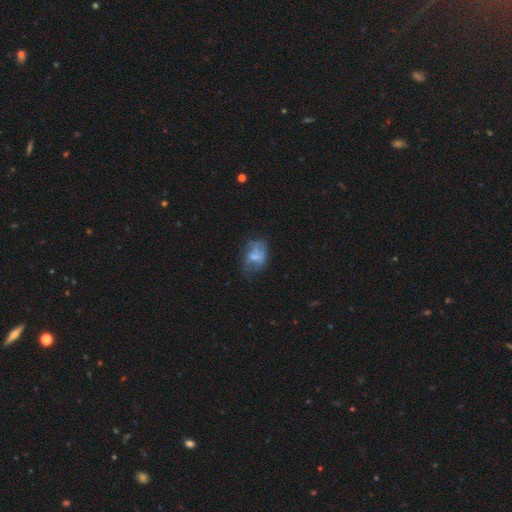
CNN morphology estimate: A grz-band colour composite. It shows a featured or disk galaxy (46%). Merging: none (45%).